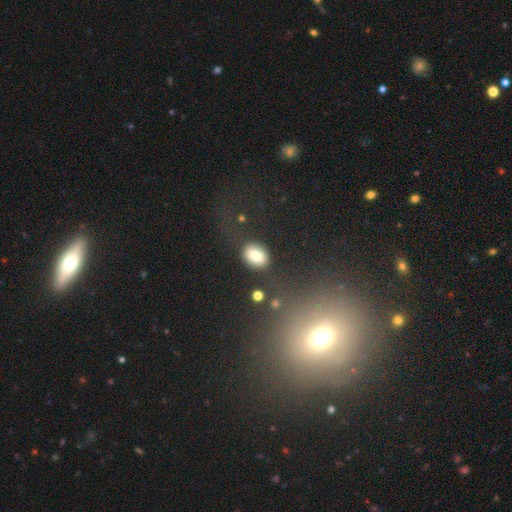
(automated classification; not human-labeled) Smooth or featured?
  - smooth: 82% *
  - featured or disk: 9%
  - star or artifact: 9%
How rounded?
  - in between: 74% *
  - round: 25%
  - cigar-shaped: 1%
Merging?
  - none: 77% *
  - minor disturbance: 13%
  - major disturbance: 6%
  - merger: 4%